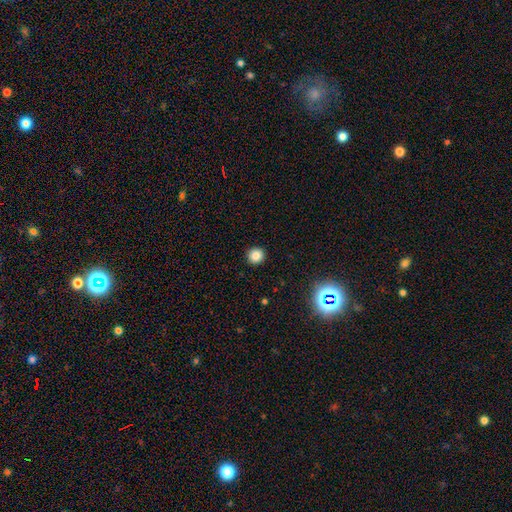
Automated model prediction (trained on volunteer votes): Smooth or featured? smooth (83%)
How rounded? round (94%)
Merging? none (93%)